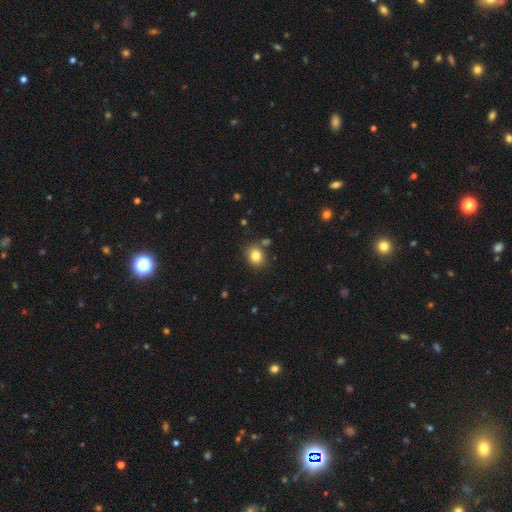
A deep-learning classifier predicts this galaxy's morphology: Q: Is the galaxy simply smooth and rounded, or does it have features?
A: smooth — 82%.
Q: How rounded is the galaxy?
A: round — 63%.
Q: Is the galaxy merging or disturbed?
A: none — 79%.